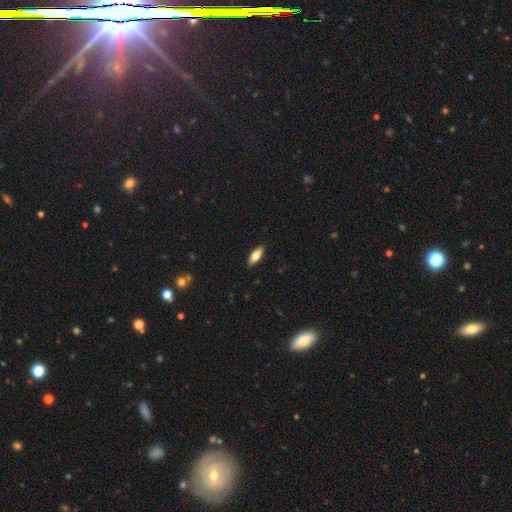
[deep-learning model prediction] smooth_or_featured: smooth (p=0.65) [alt: featured or disk p=0.28]
how_rounded: in between (p=0.68) [alt: cigar-shaped p=0.29]
merging: none (p=0.89) [alt: minor disturbance p=0.08]